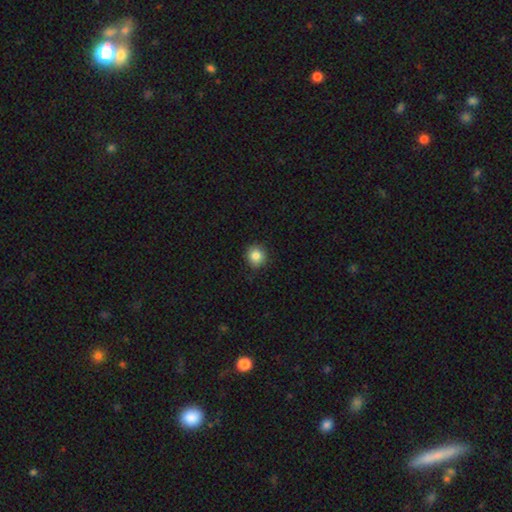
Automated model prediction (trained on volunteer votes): Smooth or featured? Predicted: smooth (p=0.85). How rounded? Predicted: round (p=0.90). Merging? Predicted: none (p=0.89).